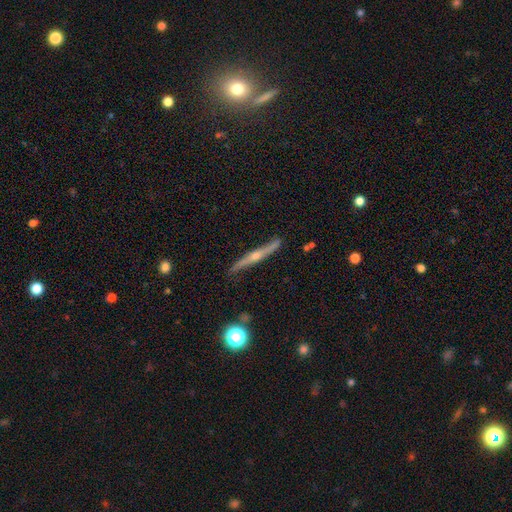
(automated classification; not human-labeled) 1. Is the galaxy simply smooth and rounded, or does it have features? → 78% featured or disk, 16% smooth, 6% star or artifact.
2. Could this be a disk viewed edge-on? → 95% yes, 5% no.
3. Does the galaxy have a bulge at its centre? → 85% rounded, 11% none, 4% boxy.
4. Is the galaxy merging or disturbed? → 83% none, 13% minor disturbance, 2% major disturbance, 2% merger.